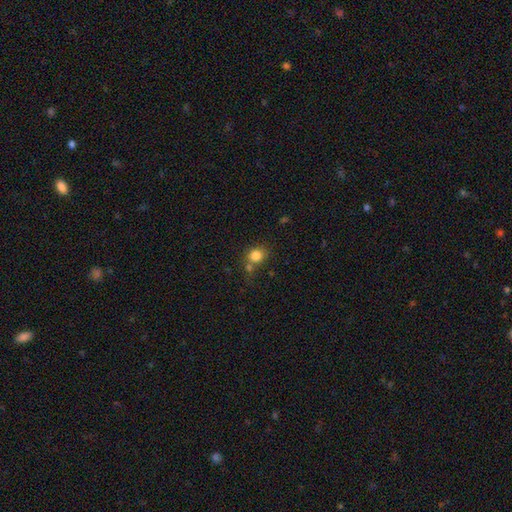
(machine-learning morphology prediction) Smooth or featured: smooth — 81% (star or artifact — 11%)
How rounded: round — 78% (in between — 21%)
Merging: none — 54% (merger — 28%)